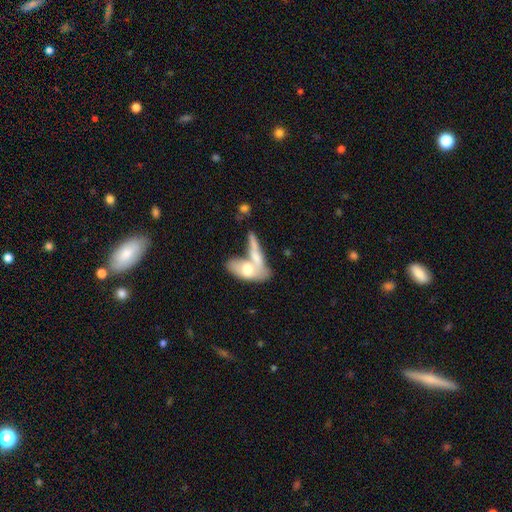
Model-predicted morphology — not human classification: Smooth or featured? Predicted: smooth (p=0.60). How rounded? Predicted: in between (p=0.67). Merging? Predicted: merger (p=0.61).